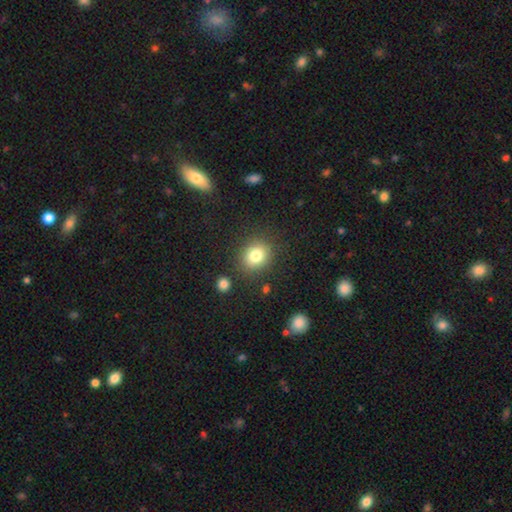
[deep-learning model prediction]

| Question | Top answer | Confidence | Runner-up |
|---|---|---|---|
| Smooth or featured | smooth | 81% | star or artifact (11%) |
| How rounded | round | 68% | in between (31%) |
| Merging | none | 84% | minor disturbance (9%) |